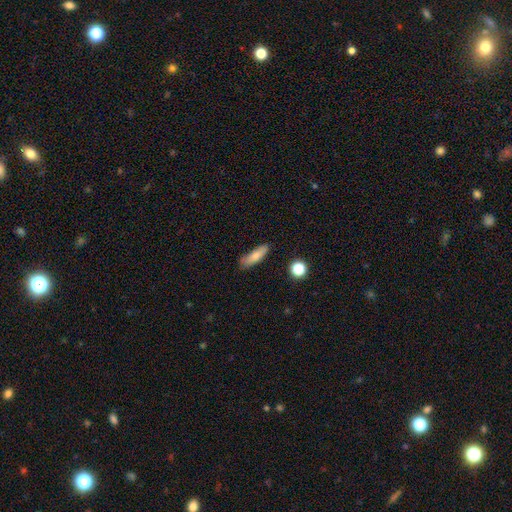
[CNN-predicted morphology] Overall: smooth (75%). How rounded: cigar-shaped (52%; in between 45%). Merging: none (71%).